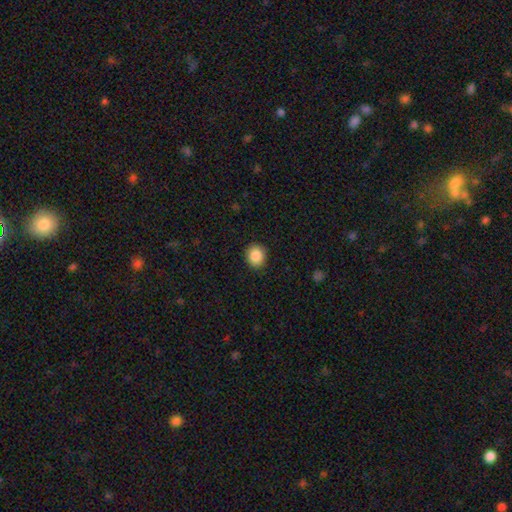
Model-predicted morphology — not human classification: The model was most divided on "how rounded": round: 74%, in between: 25%, cigar-shaped: 1%. More confident: merging — none (90%); smooth or featured — smooth (87%).